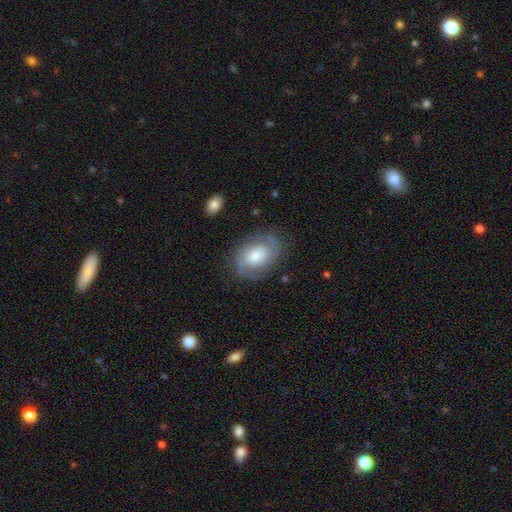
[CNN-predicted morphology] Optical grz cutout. It shows a featured or disk galaxy (73%) with no bar (57%), 2 (82%) medium (45%) spiral arms (91%) and a moderate central bulge (51%). Merging: none (77%).